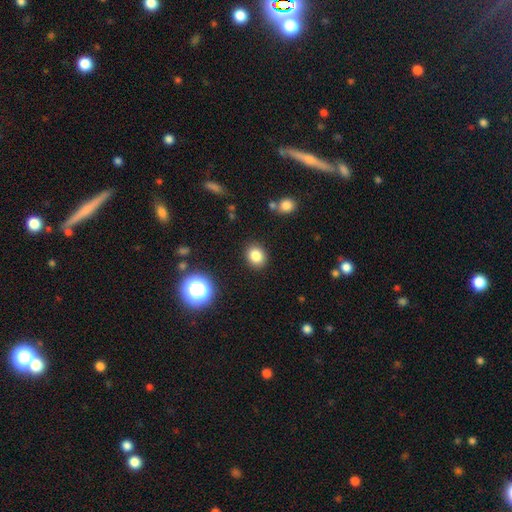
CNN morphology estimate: A smooth galaxy with no disk features (83%) that is round (61%). Merging: none (88%).